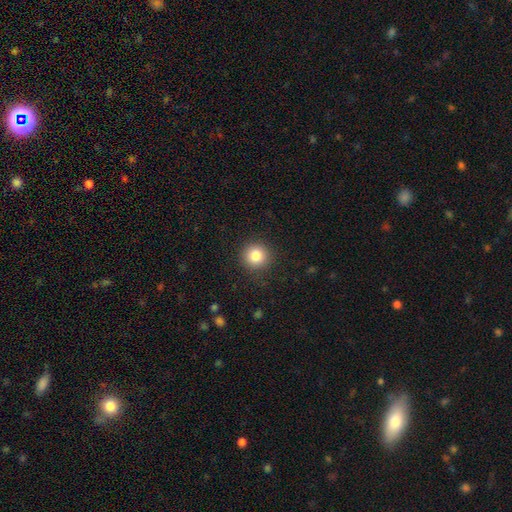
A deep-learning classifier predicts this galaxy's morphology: type=smooth (84%); roundness=round (94%); merging=none (89%).